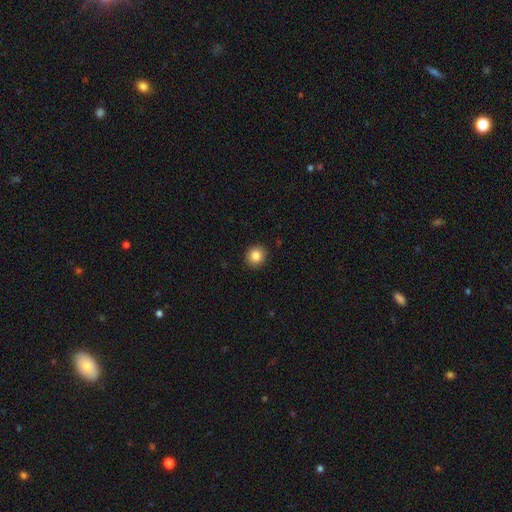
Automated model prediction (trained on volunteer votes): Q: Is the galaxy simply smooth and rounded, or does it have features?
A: smooth — 84%.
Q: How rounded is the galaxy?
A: round — 89%.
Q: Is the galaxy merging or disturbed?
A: none — 92%.